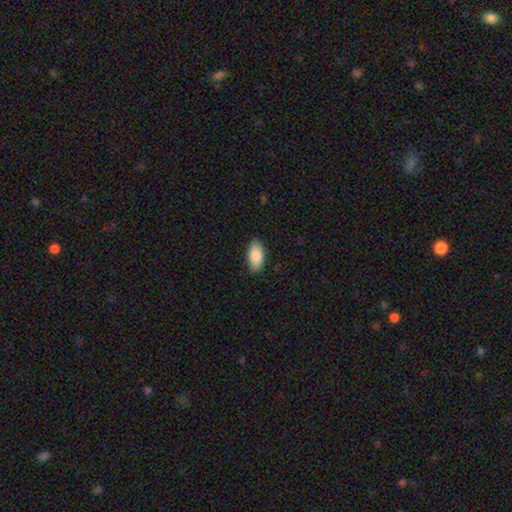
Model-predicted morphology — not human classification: This is clearly a smooth galaxy (86%). How rounded: clearly in between (93%). Merging: clearly none (86%).